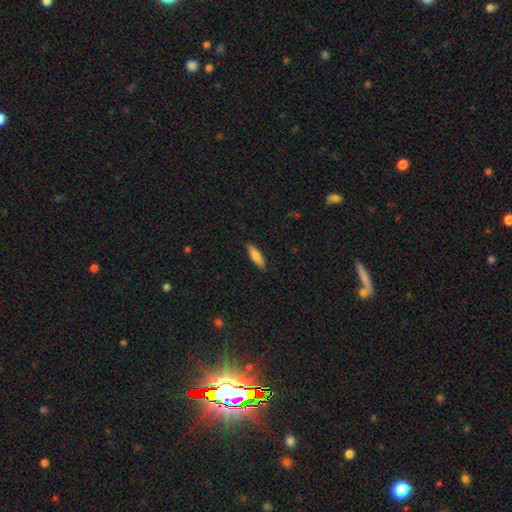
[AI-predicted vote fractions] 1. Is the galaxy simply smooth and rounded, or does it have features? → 80% smooth, 15% featured or disk, 6% star or artifact.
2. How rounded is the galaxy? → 60% cigar-shaped, 38% in between, 2% round.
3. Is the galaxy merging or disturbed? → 88% none, 9% minor disturbance, 2% major disturbance, 1% merger.